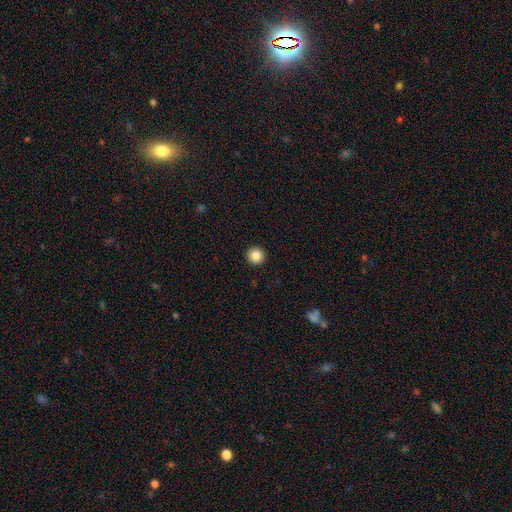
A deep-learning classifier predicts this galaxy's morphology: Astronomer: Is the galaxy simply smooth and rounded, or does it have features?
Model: smooth — 86%.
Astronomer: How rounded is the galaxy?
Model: round — 95%.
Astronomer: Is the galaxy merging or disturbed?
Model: none — 94%.